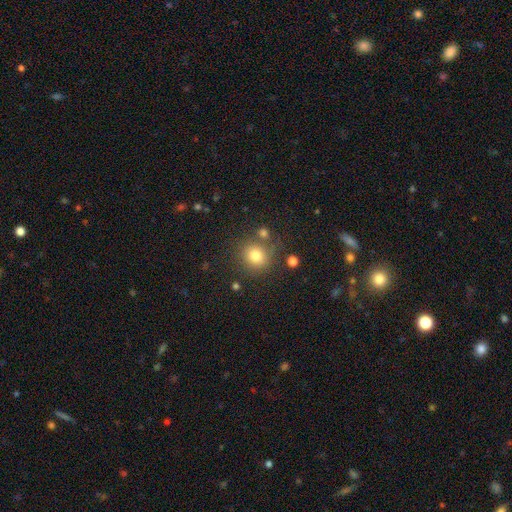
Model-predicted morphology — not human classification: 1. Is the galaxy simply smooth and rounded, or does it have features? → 79% smooth, 13% star or artifact, 8% featured or disk.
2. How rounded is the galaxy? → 87% round, 12% in between, 1% cigar-shaped.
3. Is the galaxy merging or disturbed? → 75% none, 11% minor disturbance, 10% merger, 4% major disturbance.